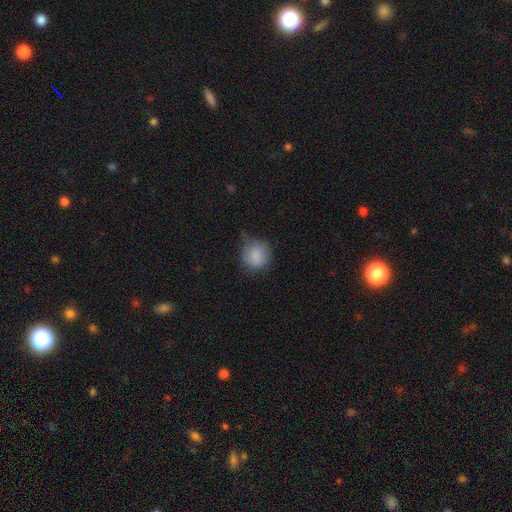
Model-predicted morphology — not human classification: A smooth galaxy with no disk features (83%) that is round (82%).

Vote fractions:
- Smooth or featured? smooth: 83% / featured or disk: 9% / star or artifact: 8%
- How rounded? round: 82% / in between: 17% / cigar-shaped: 1%
- Merging? none: 51% / minor disturbance: 35% / major disturbance: 12% / merger: 2%